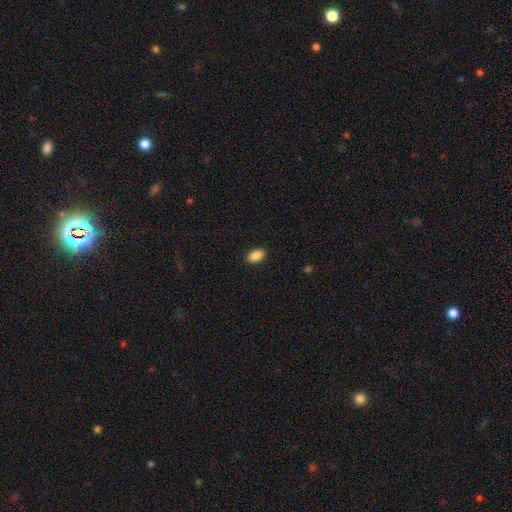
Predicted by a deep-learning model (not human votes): Smooth or featured? smooth (88%)
How rounded? in between (91%)
Merging? none (89%)